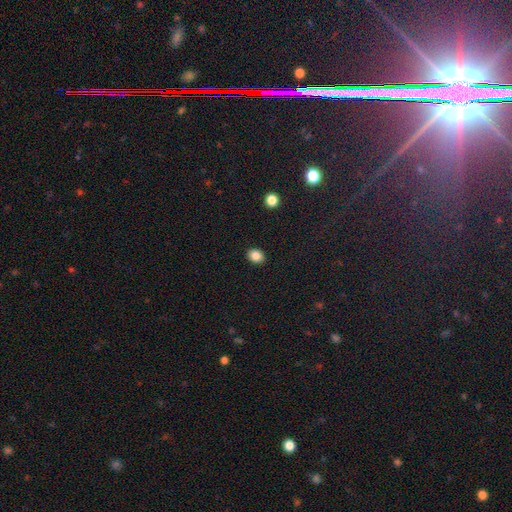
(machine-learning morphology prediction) Q: Smooth or featured?
A: smooth (85%); runner-up: star or artifact (10%)
Q: How rounded?
A: in between (51%); runner-up: round (48%)
Q: Merging?
A: none (91%); runner-up: minor disturbance (6%)